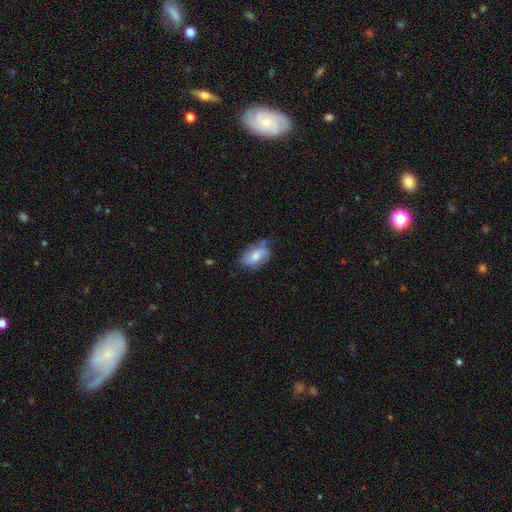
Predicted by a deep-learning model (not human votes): Smooth or featured: smooth — 65% (featured or disk — 28%)
How rounded: in between — 90% (round — 8%)
Merging: none — 58% (minor disturbance — 31%)